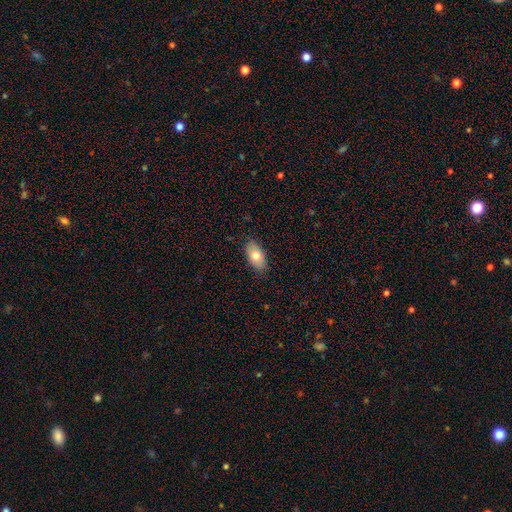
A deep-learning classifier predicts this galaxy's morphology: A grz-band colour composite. It shows a smooth galaxy with no disk features (75%) that is in between round and cigar-shaped (92%). Merging: none (86%).